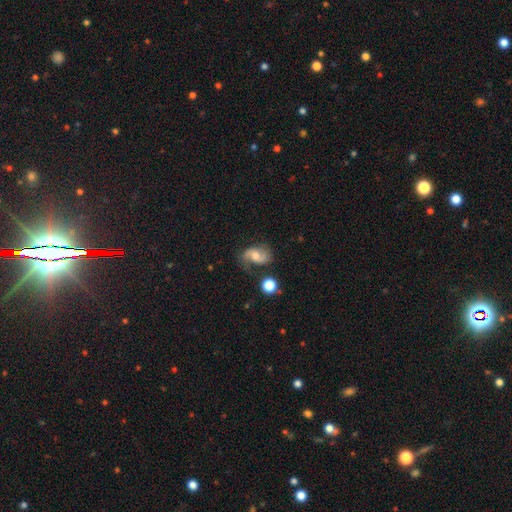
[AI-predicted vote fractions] Q: Smooth or featured?
A: featured or disk (74%); runner-up: smooth (18%)
Q: Edge-on disk?
A: no (97%); runner-up: yes (3%)
Q: Bar?
A: no (52%); runner-up: weak (39%)
Q: Spiral arms?
A: yes (94%); runner-up: no (6%)
Q: Spiral winding?
A: loose (51%); runner-up: medium (38%)
Q: Spiral arm count?
A: 2 (88%); runner-up: 1 (5%)
Q: Bulge size?
A: moderate (61%); runner-up: small (26%)
Q: Merging?
A: none (65%); runner-up: minor disturbance (20%)